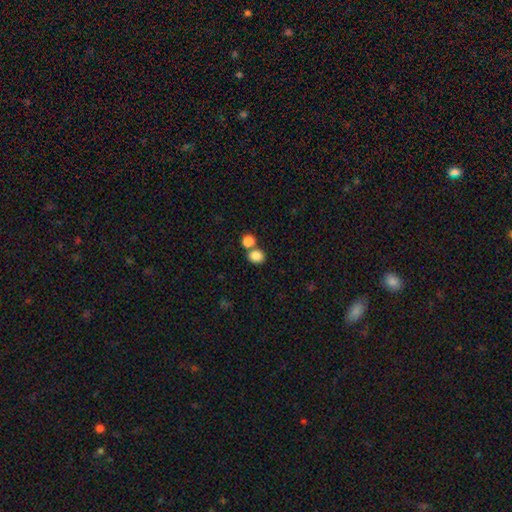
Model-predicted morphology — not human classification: This appears to be a smooth galaxy with no disk features (85%) that is round (63%). Merging: none (58%).